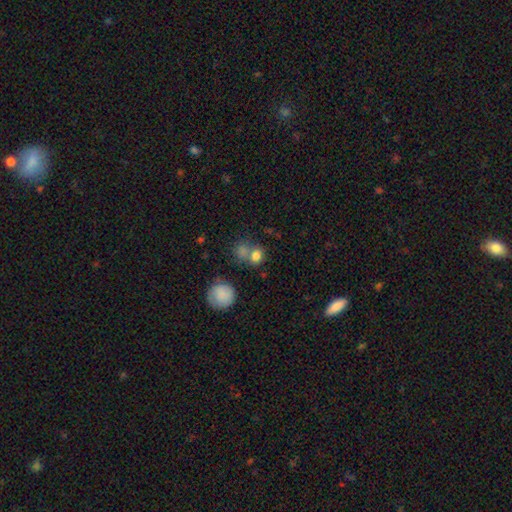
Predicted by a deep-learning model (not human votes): Morphology: type=smooth (79%); roundness=round (66%); merging=none (47%).